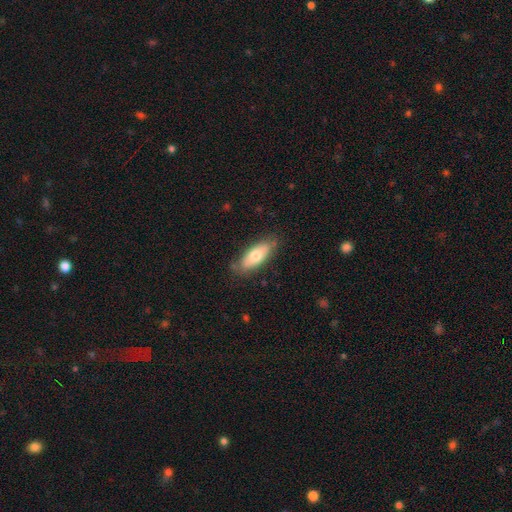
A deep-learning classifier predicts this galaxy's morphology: smooth 66%, featured or disk 28%, star or artifact 6%. Down the decision tree: how rounded — in between (77%); merging — none (77%).